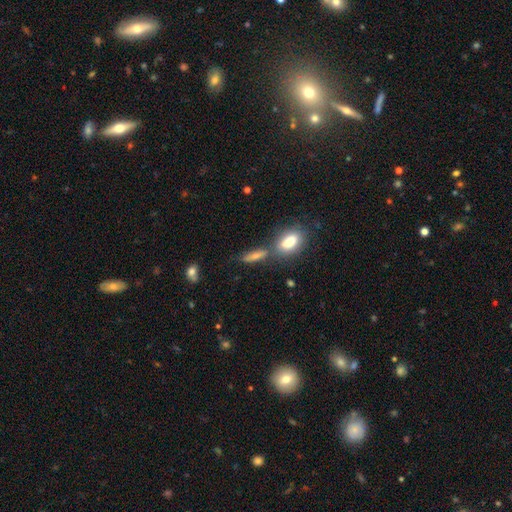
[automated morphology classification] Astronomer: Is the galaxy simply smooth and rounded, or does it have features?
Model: smooth — 59%.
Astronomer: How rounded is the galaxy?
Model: cigar-shaped — 50% (runner-up: in between, 45%).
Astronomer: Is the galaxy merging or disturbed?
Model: none — 53%.